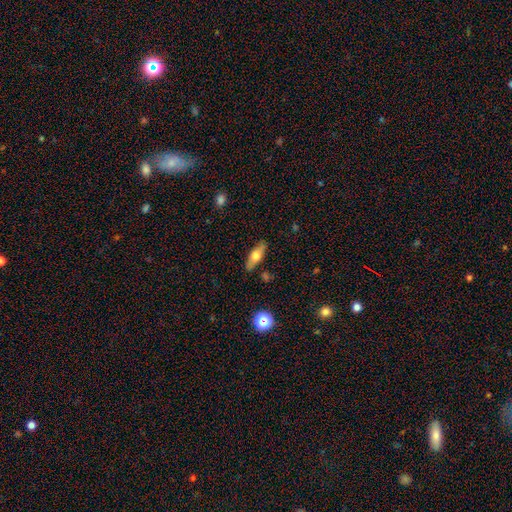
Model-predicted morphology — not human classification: Smooth or featured? Predicted: smooth (p=0.56). How rounded? Predicted: in between (p=0.55). Merging? Predicted: none (p=0.86).